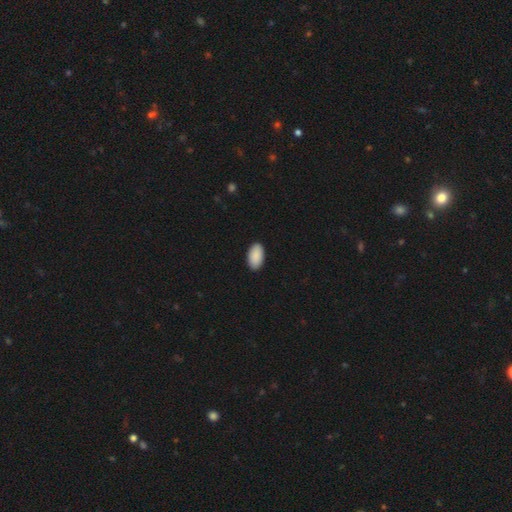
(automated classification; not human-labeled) Overall: smooth (91%). How rounded: in between (96%). Merging: none (90%).